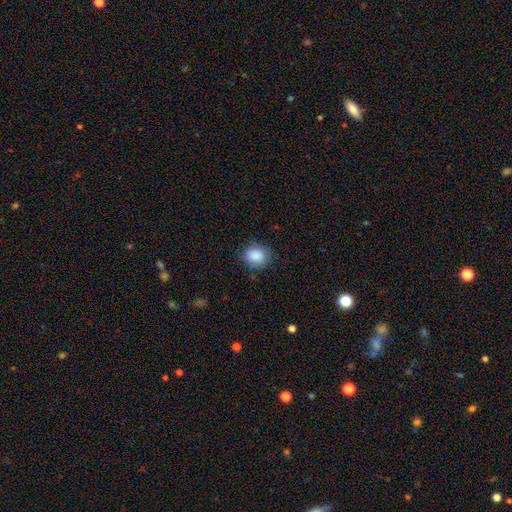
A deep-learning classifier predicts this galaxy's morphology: This is clearly a smooth galaxy (88%). How rounded: likely round (63%). Merging: clearly none (82%).